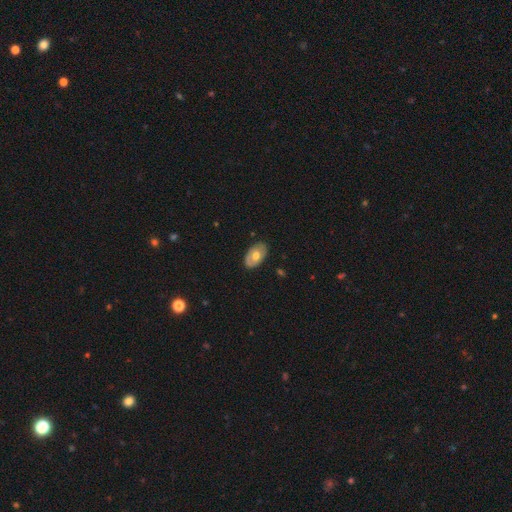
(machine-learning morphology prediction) Smooth or featured? smooth (50%)
How rounded? in between (89%)
Merging? none (83%)